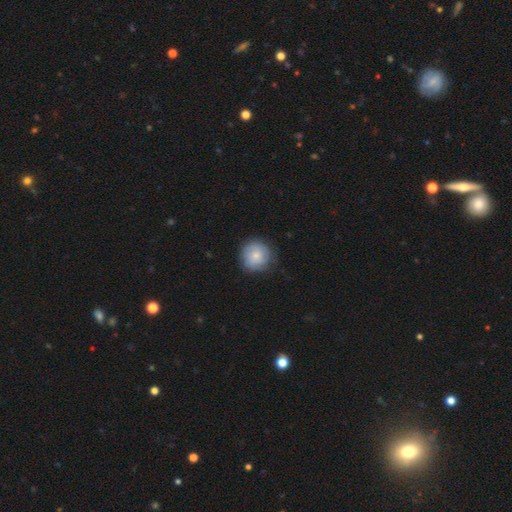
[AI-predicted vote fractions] Smooth or featured? smooth (73%)
How rounded? round (93%)
Merging? none (80%)